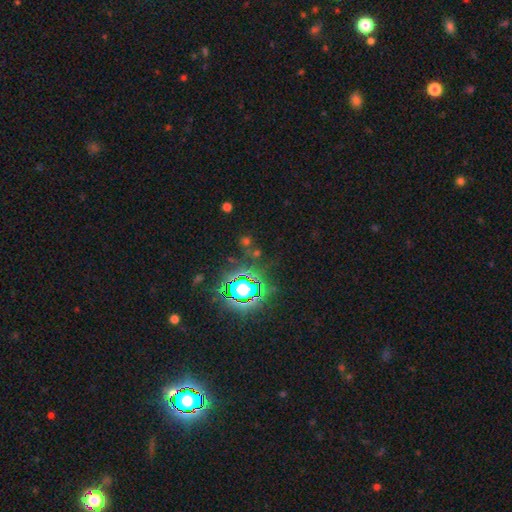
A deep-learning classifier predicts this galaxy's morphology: Smooth or featured? Predicted: star or artifact (p=0.74).